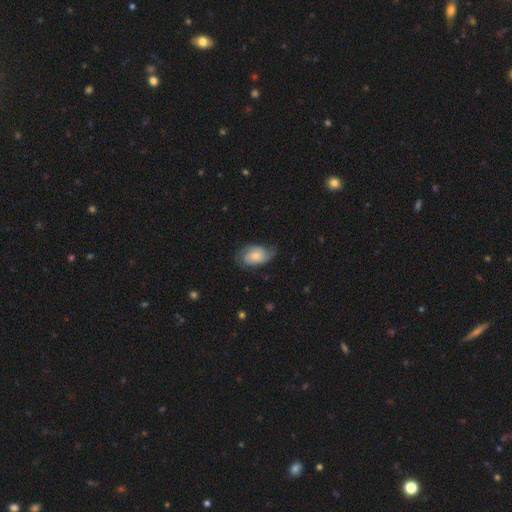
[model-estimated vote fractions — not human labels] This is possibly a featured or disk galaxy (49%). Merging: possibly none (59%).